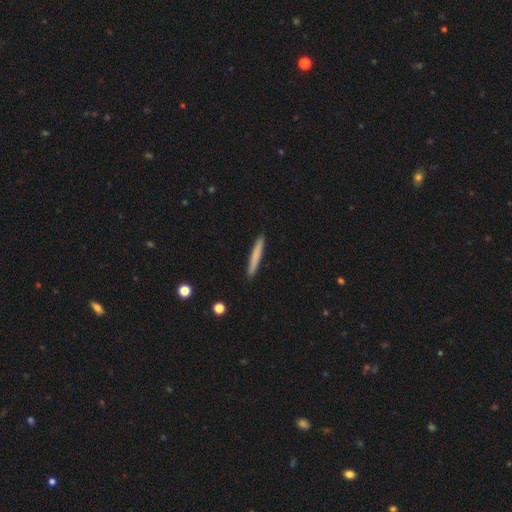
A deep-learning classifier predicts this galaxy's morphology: Smooth or featured: smooth — 74% (featured or disk — 21%)
How rounded: cigar-shaped — 96% (in between — 2%)
Merging: none — 93% (minor disturbance — 5%)